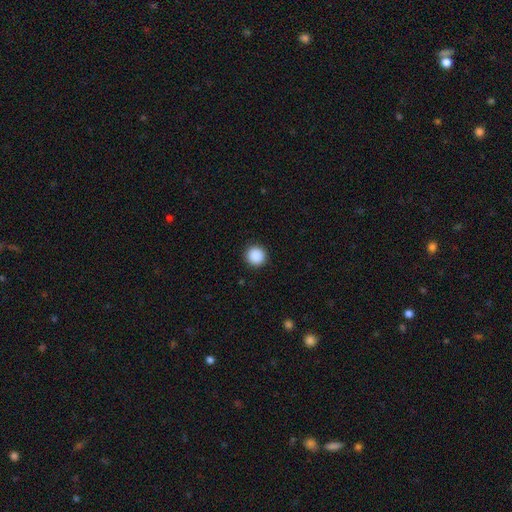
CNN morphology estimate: Overall: smooth (89%). How rounded: round (95%). Merging: none (93%).